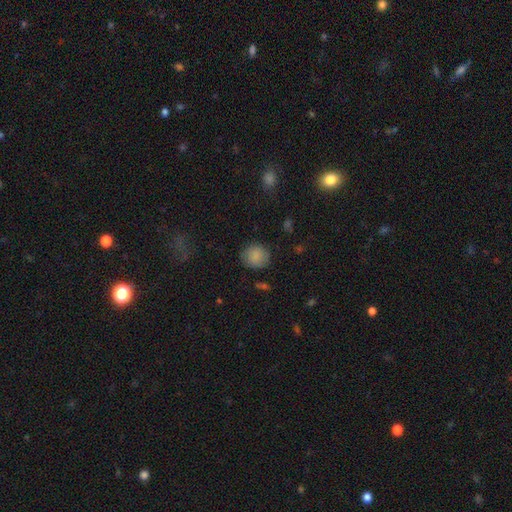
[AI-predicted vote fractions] The model was most divided on "merging": none: 82%, minor disturbance: 13%, major disturbance: 4%, merger: 1%. More confident: how rounded — round (86%); smooth or featured — smooth (86%).